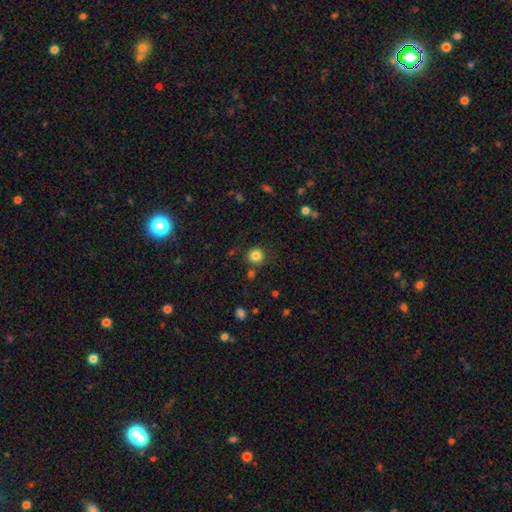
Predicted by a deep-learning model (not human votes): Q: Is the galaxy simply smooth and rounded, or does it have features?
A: smooth — 83%.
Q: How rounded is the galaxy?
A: round — 92%.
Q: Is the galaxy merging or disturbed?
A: none — 83%.